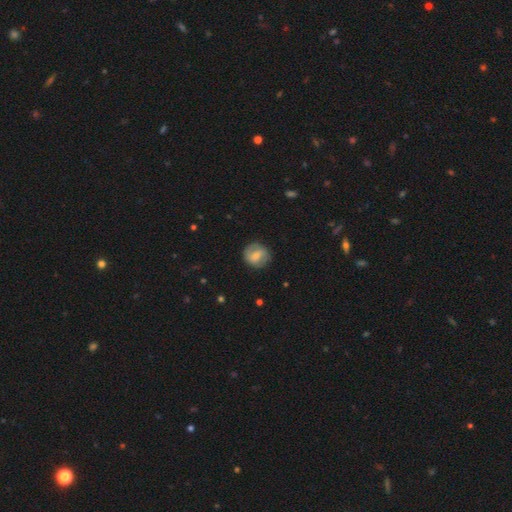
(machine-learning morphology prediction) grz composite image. It shows a smooth galaxy with no disk features (57%) that is round (83%). Merging: none (82%).